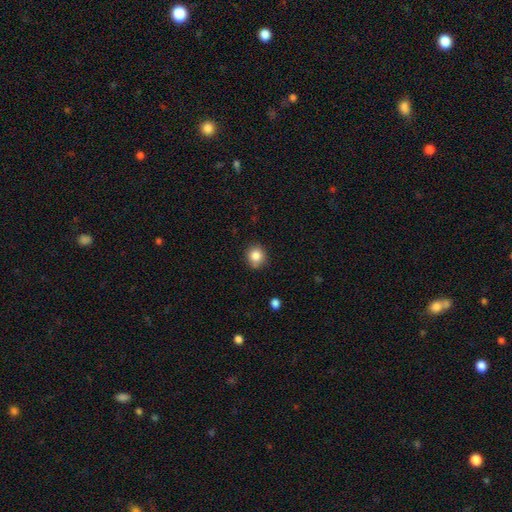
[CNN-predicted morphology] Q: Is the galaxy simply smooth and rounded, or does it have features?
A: smooth — 84%.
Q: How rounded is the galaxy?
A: round — 88%.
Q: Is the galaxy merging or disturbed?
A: none — 83%.